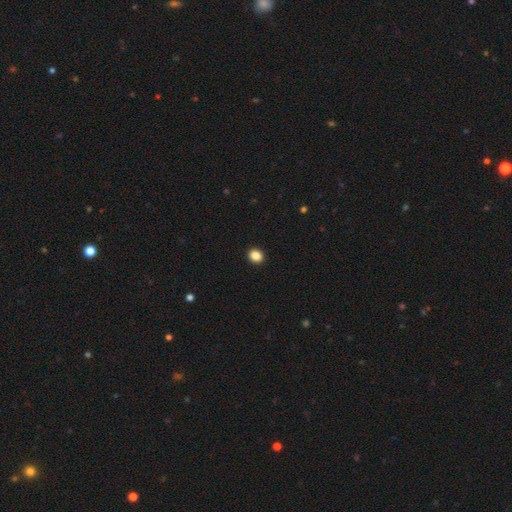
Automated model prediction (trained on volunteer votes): This appears to be a smooth galaxy with no disk features (87%) that is round (76%). Merging: none (93%).